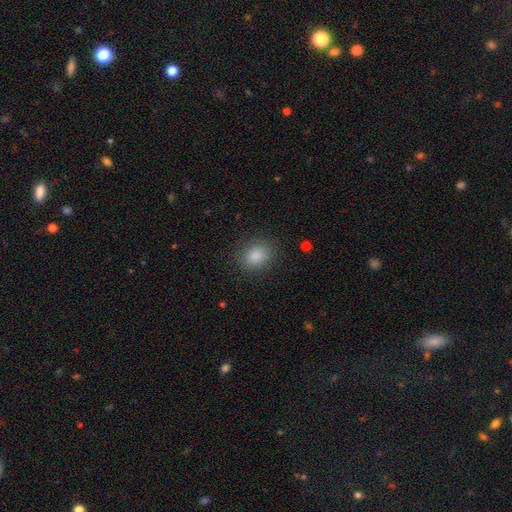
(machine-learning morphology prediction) Smooth or featured? smooth (85%)
How rounded? round (50%)
Merging? none (88%)